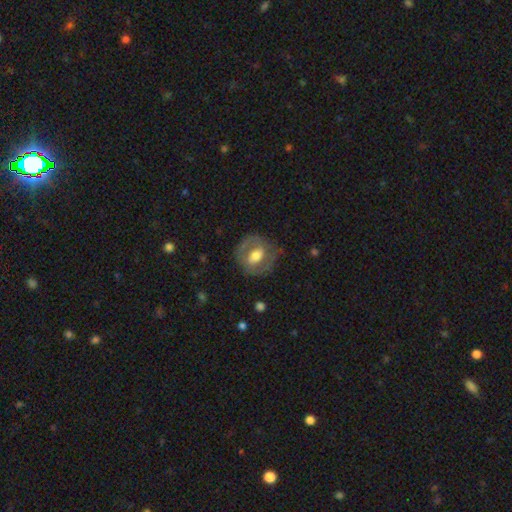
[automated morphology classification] Smooth or featured: featured or disk — 50% (smooth — 43%)
Edge-on disk: no — 94% (yes — 6%)
Merging: none — 70% (minor disturbance — 18%)